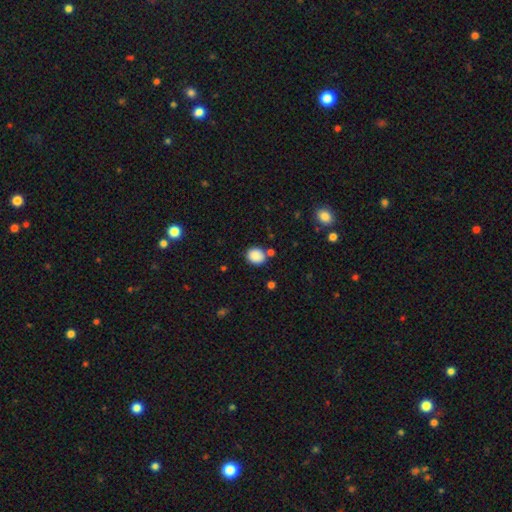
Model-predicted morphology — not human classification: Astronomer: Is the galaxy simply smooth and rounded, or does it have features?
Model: smooth — 87%.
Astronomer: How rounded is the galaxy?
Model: round — 75%.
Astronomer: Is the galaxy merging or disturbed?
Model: none — 76%.